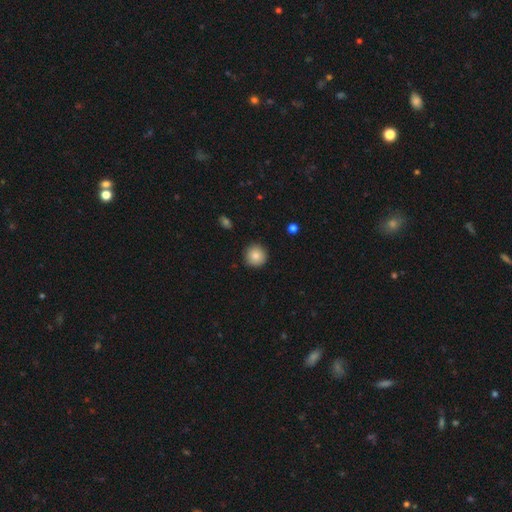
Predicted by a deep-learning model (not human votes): Smooth or featured? Predicted: smooth (p=0.85). How rounded? Predicted: round (p=0.94). Merging? Predicted: none (p=0.90).